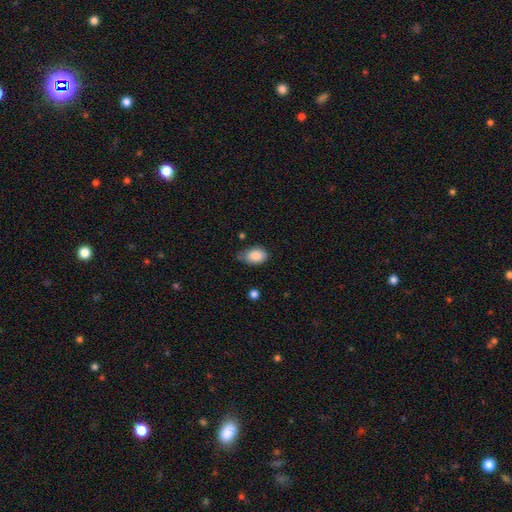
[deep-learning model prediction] The model was most divided on "merging": none: 47%, minor disturbance: 42%, major disturbance: 8%, merger: 3%. More confident: smooth or featured — smooth (86%); how rounded — in between (83%).